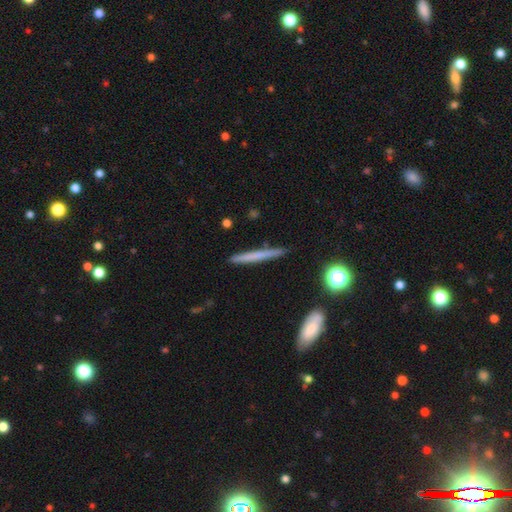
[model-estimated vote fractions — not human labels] The model was most divided on "smooth or featured": smooth: 57%, featured or disk: 36%, star or artifact: 7%. More confident: how rounded — cigar-shaped (95%); merging — none (88%).